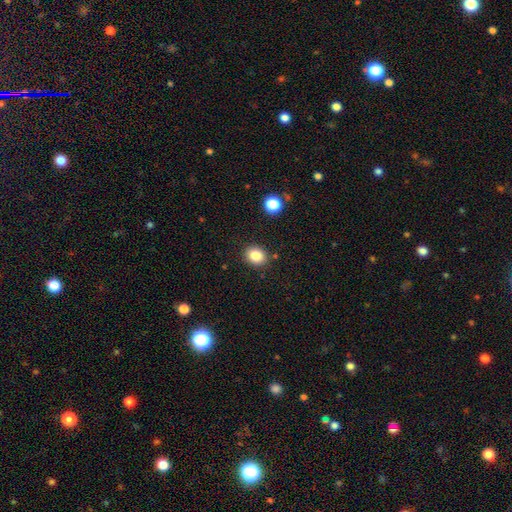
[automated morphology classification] Smooth or featured?
  - smooth: 83% *
  - star or artifact: 10%
  - featured or disk: 6%
How rounded?
  - round: 61% *
  - in between: 38%
  - cigar-shaped: 1%
Merging?
  - none: 88% *
  - minor disturbance: 8%
  - major disturbance: 2%
  - merger: 2%